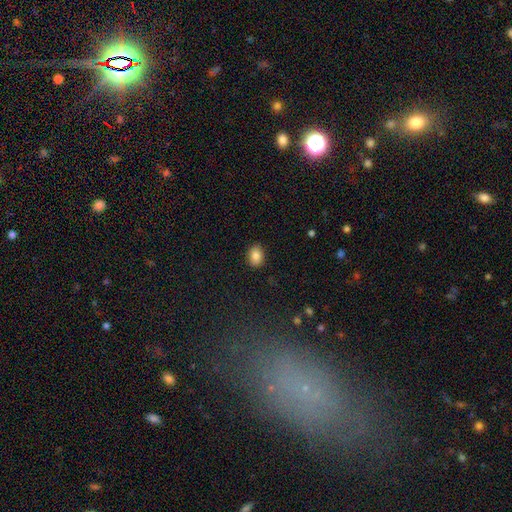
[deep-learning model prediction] smooth-or-featured: smooth: 86% | star or artifact: 9% | featured or disk: 5%
  how-rounded: in between: 68% | round: 31% | cigar-shaped: 1%
  merging: none: 89% | minor disturbance: 8% | major disturbance: 2% | merger: 1%